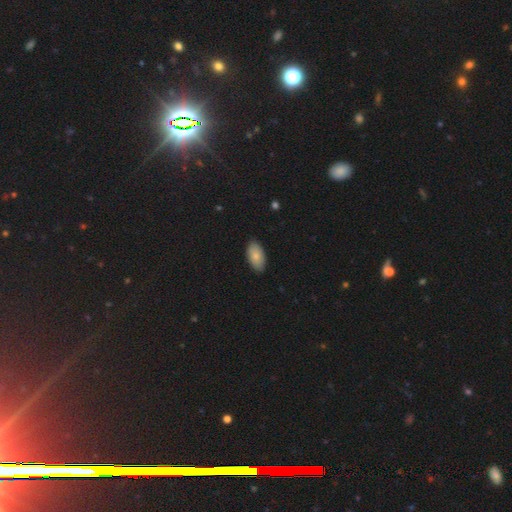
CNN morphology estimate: A smooth galaxy with no disk features (83%) that is in between round and cigar-shaped (95%). Merging: none (87%).